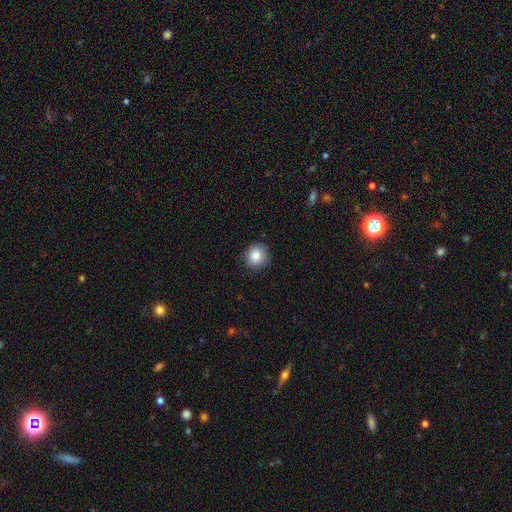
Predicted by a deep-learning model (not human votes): smooth 84%, star or artifact 9%, featured or disk 7%. Down the decision tree: how rounded — round (89%); merging — none (88%).